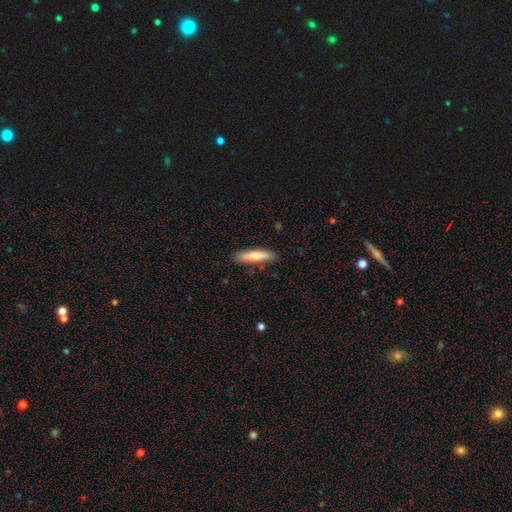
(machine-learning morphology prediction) Smooth or featured? smooth (66%)
How rounded? cigar-shaped (78%)
Merging? none (84%)